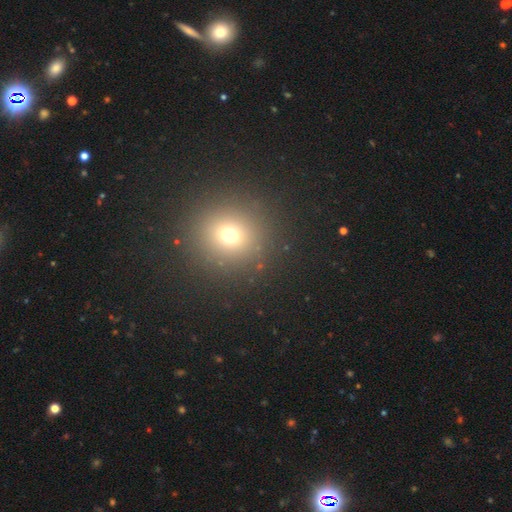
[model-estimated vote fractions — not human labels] A smooth galaxy with no disk features (61%) that is round (90%). Merging: none (92%).